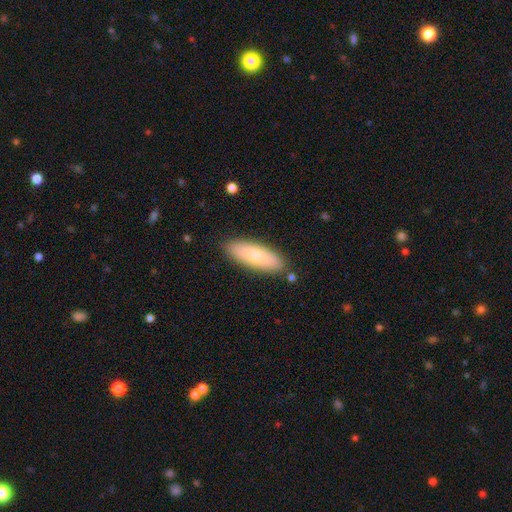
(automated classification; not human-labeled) Smooth or featured? Predicted: smooth (p=0.71). How rounded? Predicted: in between (p=0.63). Merging? Predicted: none (p=0.86).